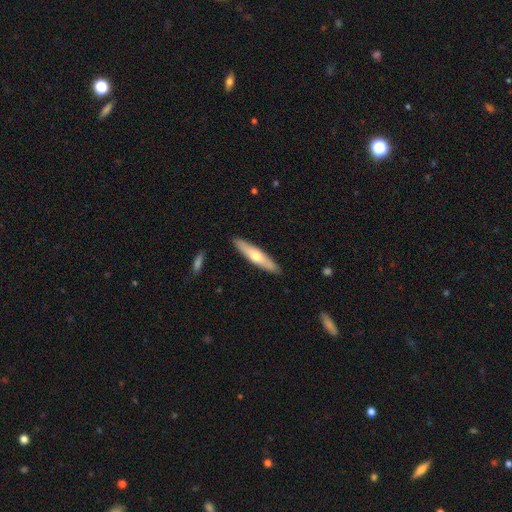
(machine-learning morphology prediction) smooth-or-featured: smooth: 54% | featured or disk: 40% | star or artifact: 5%
  how-rounded: cigar-shaped: 82% | in between: 17% | round: 1%
  merging: none: 89% | minor disturbance: 8% | major disturbance: 2% | merger: 1%